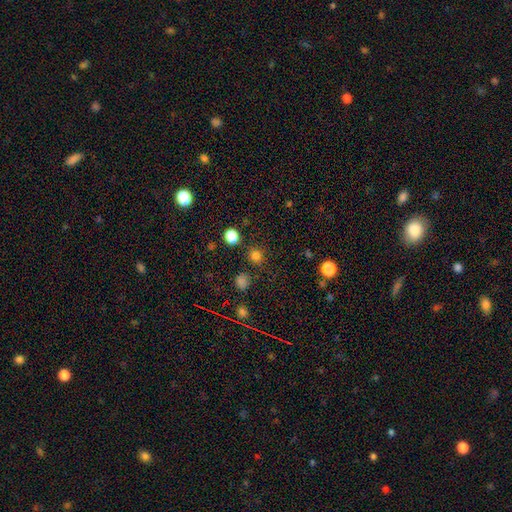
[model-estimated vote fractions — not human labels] This appears to be a smooth galaxy with no disk features (78%) that is round (90%). Merging: none (84%).